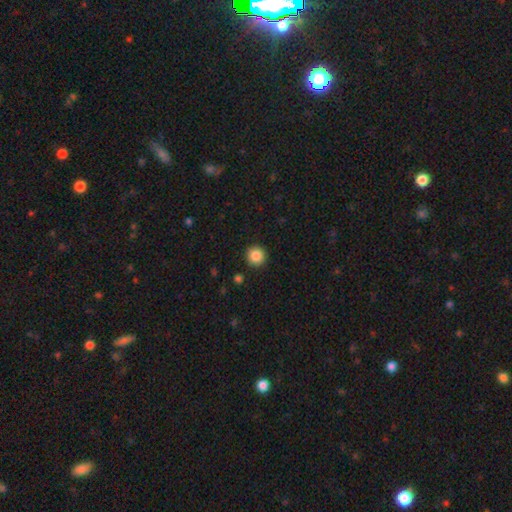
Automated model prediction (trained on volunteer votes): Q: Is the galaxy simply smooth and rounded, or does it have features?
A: smooth — 87%.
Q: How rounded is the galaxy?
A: round — 95%.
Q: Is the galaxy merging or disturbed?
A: none — 92%.